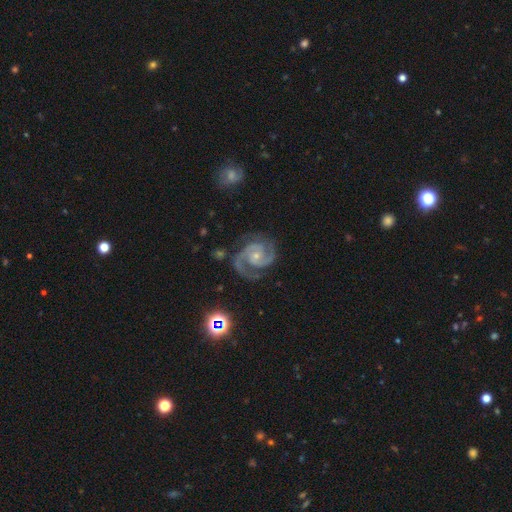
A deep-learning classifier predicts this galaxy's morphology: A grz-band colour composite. It shows a featured or disk galaxy (93%) with no bar (65%), 2 (87%) medium (51%) spiral arms (99%) and a small central bulge (66%). Merging: none (74%).